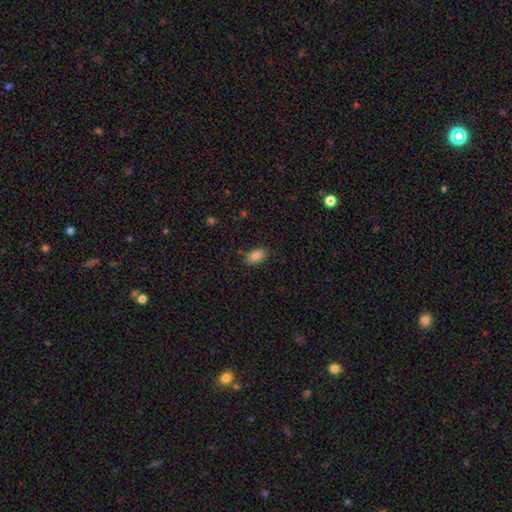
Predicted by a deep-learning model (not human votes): Q: Smooth or featured?
A: smooth (83%); runner-up: star or artifact (9%)
Q: How rounded?
A: in between (88%); runner-up: round (10%)
Q: Merging?
A: none (82%); runner-up: minor disturbance (14%)